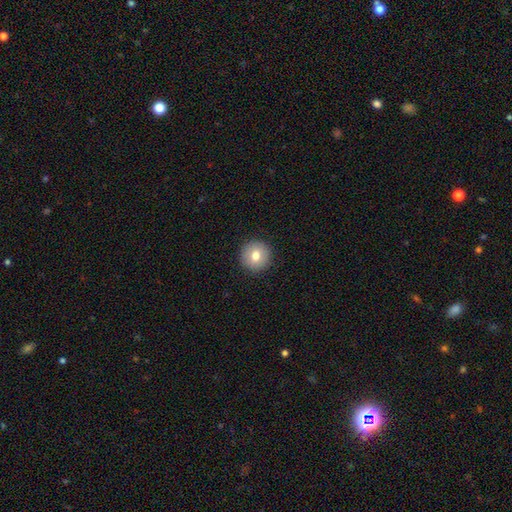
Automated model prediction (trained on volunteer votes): Overall: smooth (78%). How rounded: round (95%). Merging: none (92%).